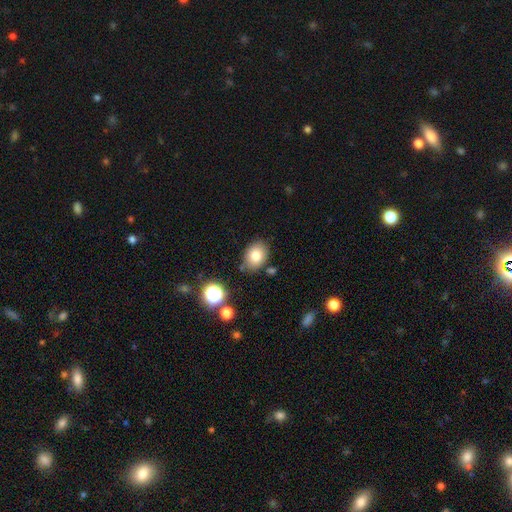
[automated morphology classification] Smooth or featured: smooth — 80% (star or artifact — 10%)
How rounded: in between — 64% (round — 35%)
Merging: none — 79% (minor disturbance — 14%)